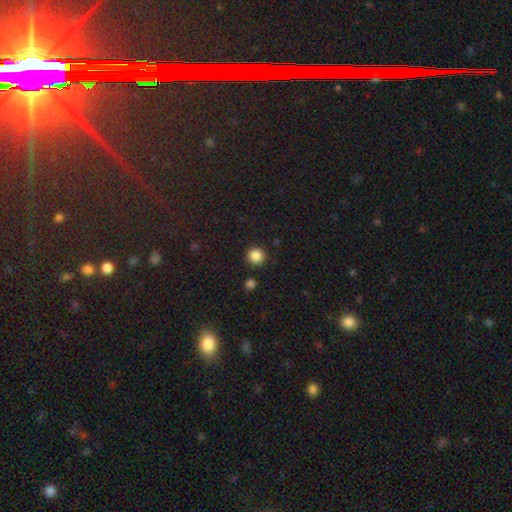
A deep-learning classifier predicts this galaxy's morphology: The model was most divided on "smooth or featured": smooth: 86%, star or artifact: 11%, featured or disk: 3%. More confident: how rounded — round (94%); merging — none (90%).